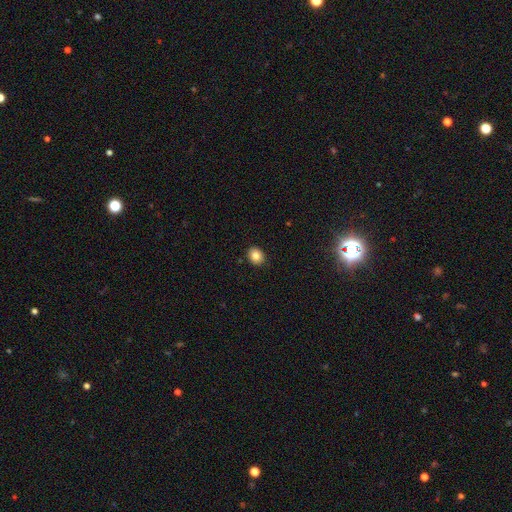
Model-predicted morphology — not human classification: This is clearly a smooth galaxy (83%). How rounded: likely round (63%). Merging: clearly none (90%).